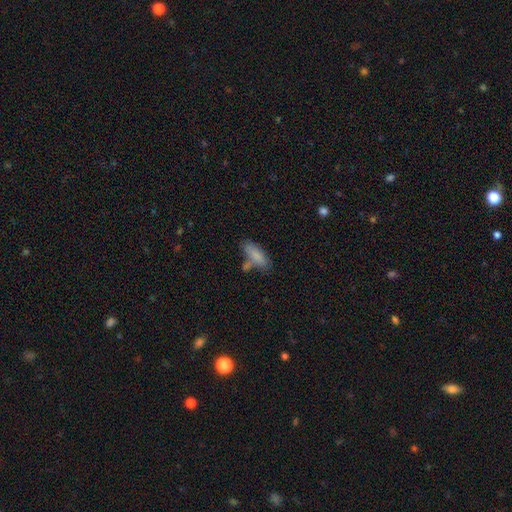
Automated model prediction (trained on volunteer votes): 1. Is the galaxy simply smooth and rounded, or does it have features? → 81% smooth, 11% featured or disk, 7% star or artifact.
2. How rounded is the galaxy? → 63% in between, 34% cigar-shaped, 2% round.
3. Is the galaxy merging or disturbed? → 53% none, 21% merger, 19% minor disturbance, 7% major disturbance.